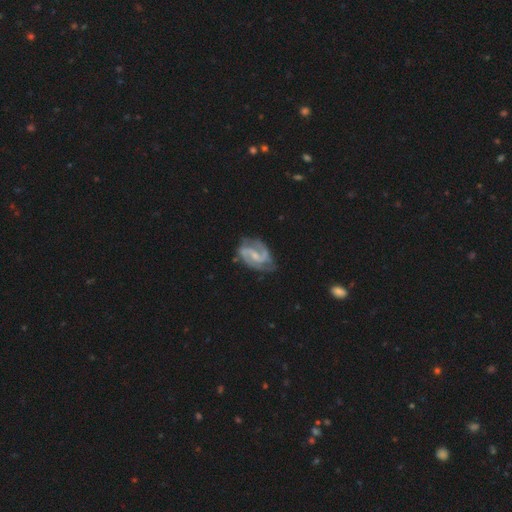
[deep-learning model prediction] This is clearly a featured or disk galaxy (88%). It is clearly not viewed edge-on (98%). Bar: possibly weak (55%). Spiral arm pattern: clearly yes (97%). Spiral arm count: clearly 2 (86%). Spiral winding: possibly medium (55%). Central bulge: possibly small (50%). Merging: likely none (63%).